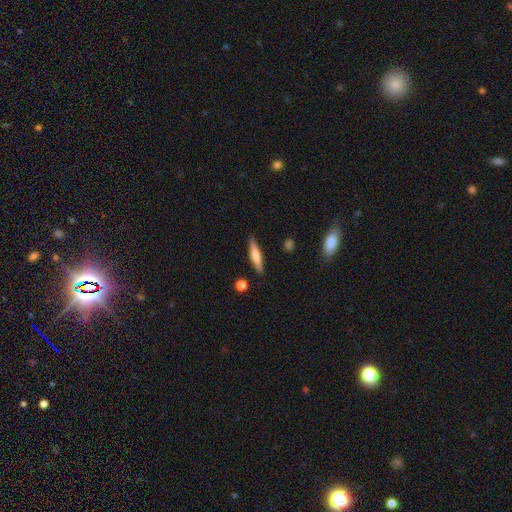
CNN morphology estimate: smooth_or_featured: smooth (p=0.55) [alt: featured or disk p=0.39]
how_rounded: cigar-shaped (p=0.86) [alt: in between p=0.12]
merging: none (p=0.88) [alt: minor disturbance p=0.08]